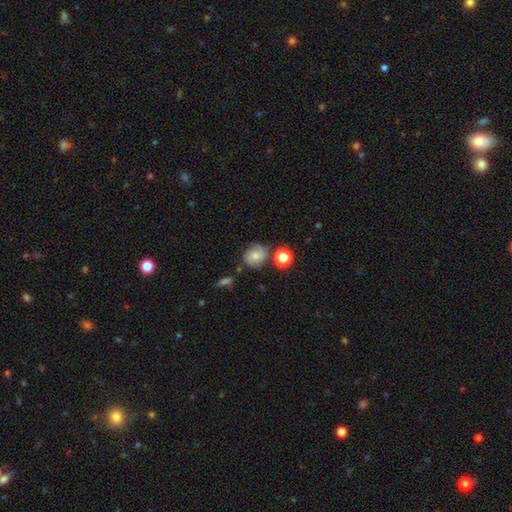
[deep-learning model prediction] A smooth galaxy with no disk features (54%) that is round (74%). Merging: none (65%).